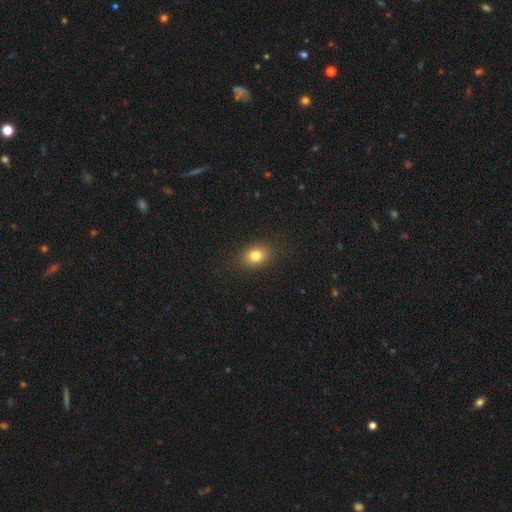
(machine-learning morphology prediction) type=smooth (81%); roundness=in between (65%); merging=none (87%).